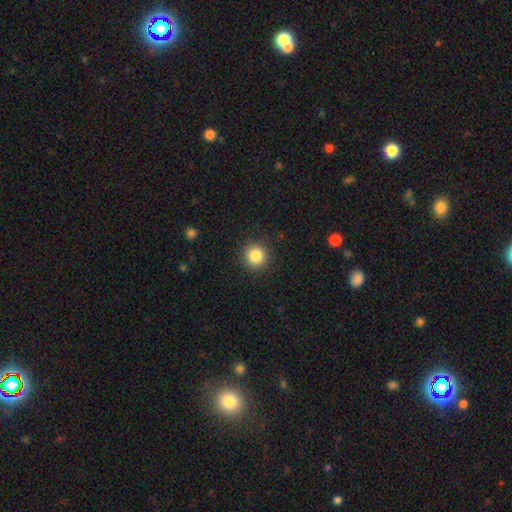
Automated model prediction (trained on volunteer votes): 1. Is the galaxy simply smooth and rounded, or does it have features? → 85% smooth, 10% star or artifact, 5% featured or disk.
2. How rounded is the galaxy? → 94% round, 5% in between, 1% cigar-shaped.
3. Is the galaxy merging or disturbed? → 91% none, 6% minor disturbance, 2% major disturbance, 1% merger.